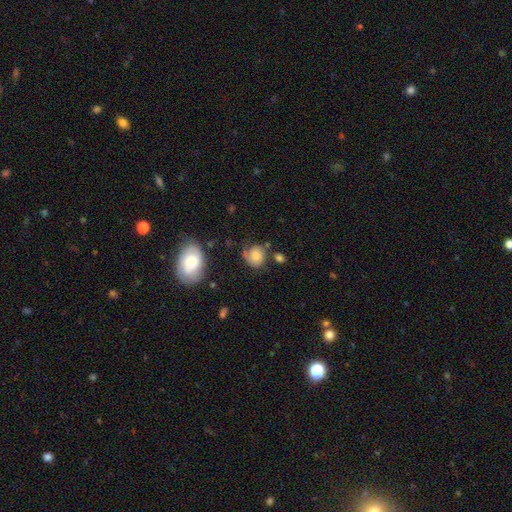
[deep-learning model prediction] smooth_or_featured: smooth (p=0.60) [alt: featured or disk p=0.31]
how_rounded: round (p=0.71) [alt: in between p=0.28]
merging: none (p=0.48) [alt: minor disturbance p=0.27]